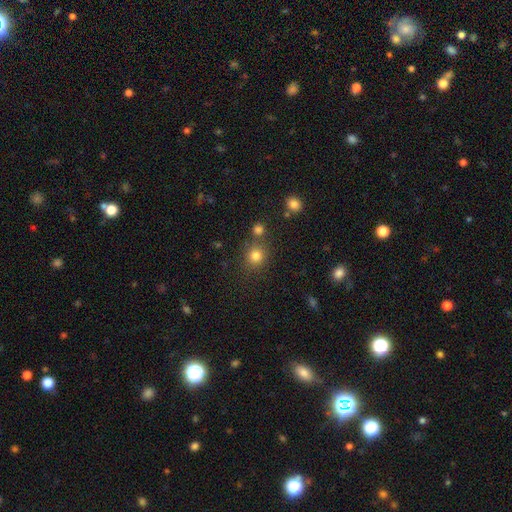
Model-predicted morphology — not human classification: Smooth or featured? Predicted: smooth (p=0.80). How rounded? Predicted: round (p=0.87). Merging? Predicted: none (p=0.74).